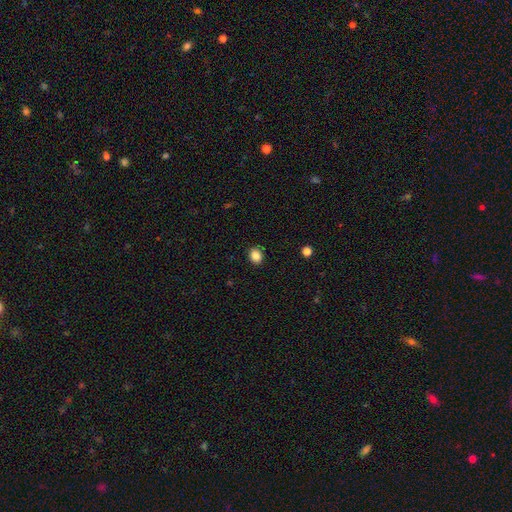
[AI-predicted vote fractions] Smooth or featured: smooth — 85% (star or artifact — 10%)
How rounded: round — 61% (in between — 39%)
Merging: none — 88% (minor disturbance — 9%)